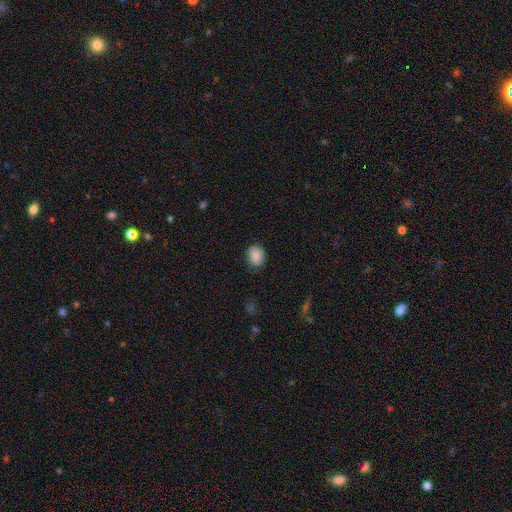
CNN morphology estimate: The model was most divided on "how rounded": round: 53%, in between: 46%, cigar-shaped: 1%. More confident: smooth or featured — smooth (87%); merging — none (81%).